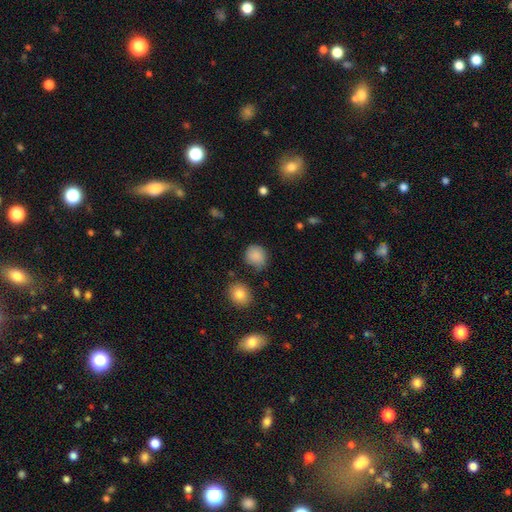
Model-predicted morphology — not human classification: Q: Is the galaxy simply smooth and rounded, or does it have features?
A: smooth — 86%.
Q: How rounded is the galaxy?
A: round — 79%.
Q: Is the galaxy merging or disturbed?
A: none — 70%.